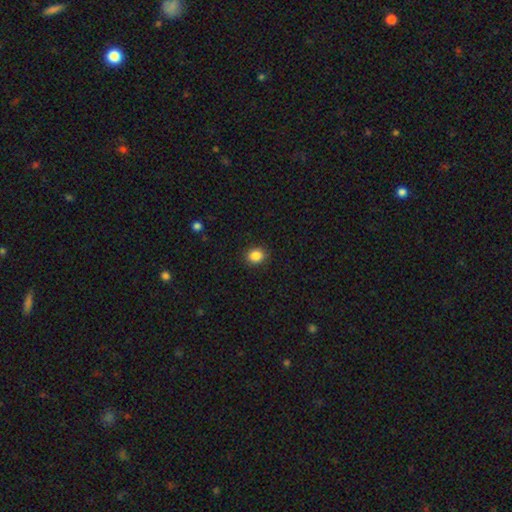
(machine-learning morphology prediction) smooth-or-featured: smooth: 87% | star or artifact: 10% | featured or disk: 3%
  how-rounded: round: 74% | in between: 25% | cigar-shaped: 1%
  merging: none: 89% | minor disturbance: 8% | major disturbance: 2% | merger: 1%